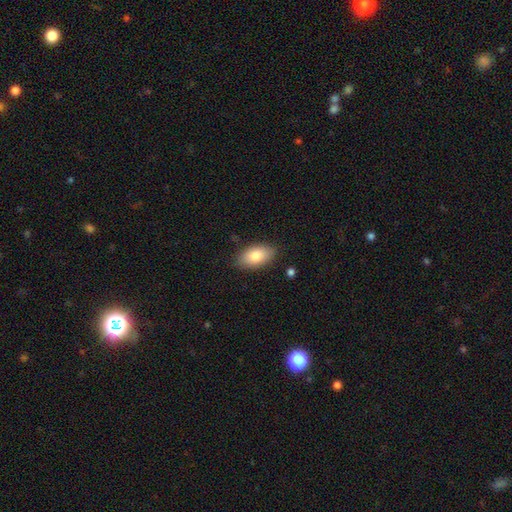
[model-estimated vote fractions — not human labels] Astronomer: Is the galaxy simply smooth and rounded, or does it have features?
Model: smooth — 81%.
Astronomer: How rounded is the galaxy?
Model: in between — 94%.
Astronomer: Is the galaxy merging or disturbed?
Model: none — 84%.